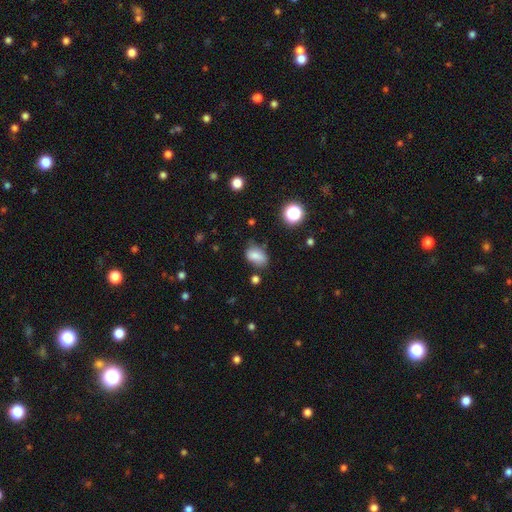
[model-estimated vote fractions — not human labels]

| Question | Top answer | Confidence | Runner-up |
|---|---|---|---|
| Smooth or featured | smooth | 78% | star or artifact (11%) |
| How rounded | in between | 84% | round (14%) |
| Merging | none | 57% | minor disturbance (30%) |